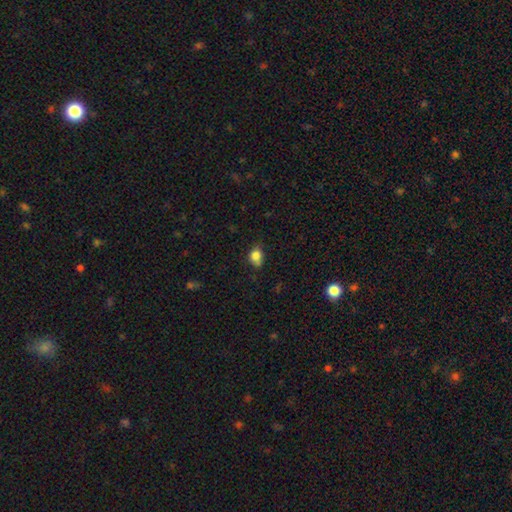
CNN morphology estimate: smooth-or-featured: smooth: 82% | star or artifact: 10% | featured or disk: 7%
  how-rounded: in between: 59% | round: 40% | cigar-shaped: 1%
  merging: none: 56% | minor disturbance: 33% | major disturbance: 7% | merger: 4%